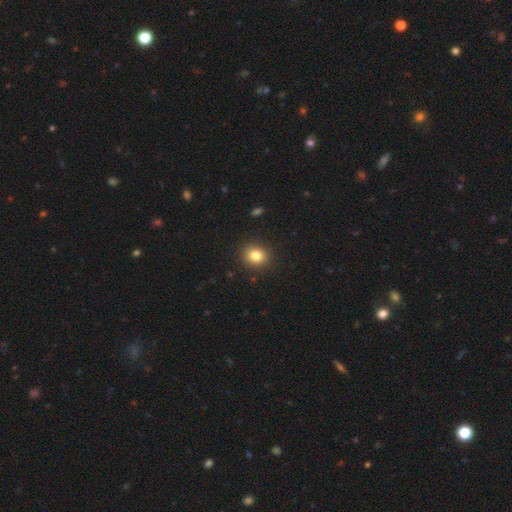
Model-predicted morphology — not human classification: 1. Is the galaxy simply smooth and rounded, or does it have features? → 82% smooth, 11% star or artifact, 7% featured or disk.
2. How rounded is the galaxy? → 77% round, 22% in between, 1% cigar-shaped.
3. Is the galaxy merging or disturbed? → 91% none, 6% minor disturbance, 2% major disturbance, 1% merger.